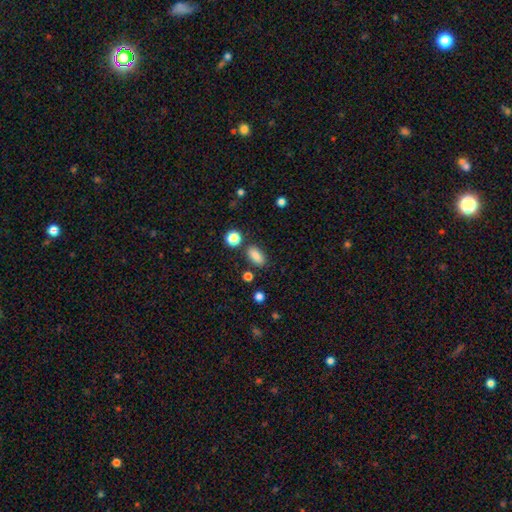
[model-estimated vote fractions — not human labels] The model was most divided on "merging": none: 82%, minor disturbance: 11%, merger: 5%, major disturbance: 3%. More confident: how rounded — in between (87%); smooth or featured — smooth (85%).